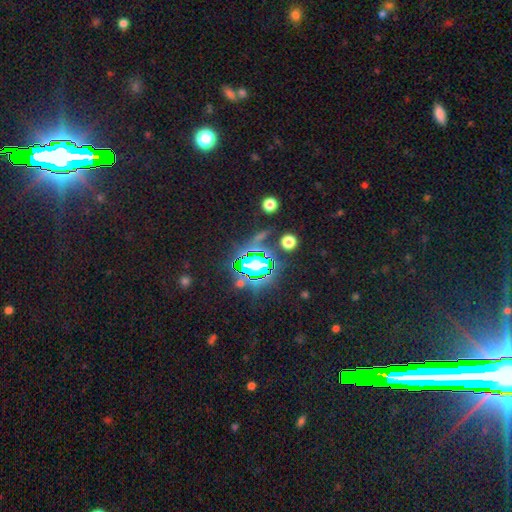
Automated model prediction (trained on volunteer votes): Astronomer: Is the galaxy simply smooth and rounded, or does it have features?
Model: star or artifact — 81%.